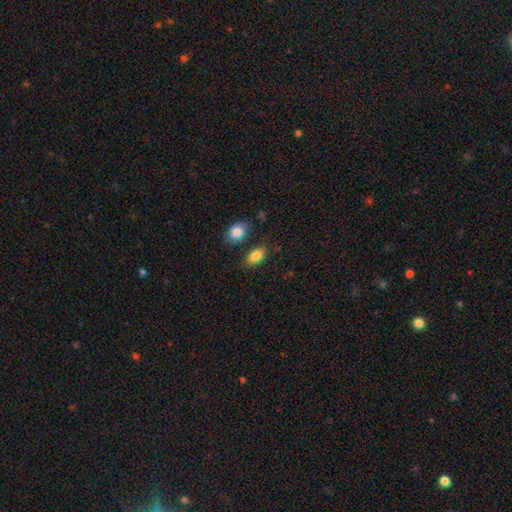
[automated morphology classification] Overall: smooth (85%). How rounded: in between (91%). Merging: none (76%).